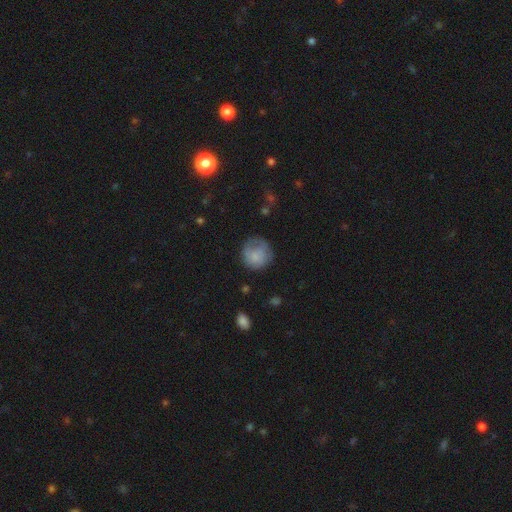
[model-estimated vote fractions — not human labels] This appears to be a smooth galaxy with no disk features (71%) that is round (88%). Merging: none (60%).